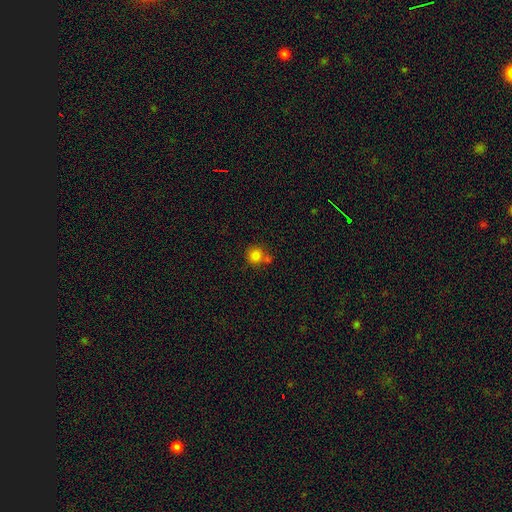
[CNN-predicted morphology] The model was most divided on "merging": none: 60%, merger: 25%, minor disturbance: 11%, major disturbance: 4%. More confident: how rounded — round (91%); smooth or featured — smooth (81%).